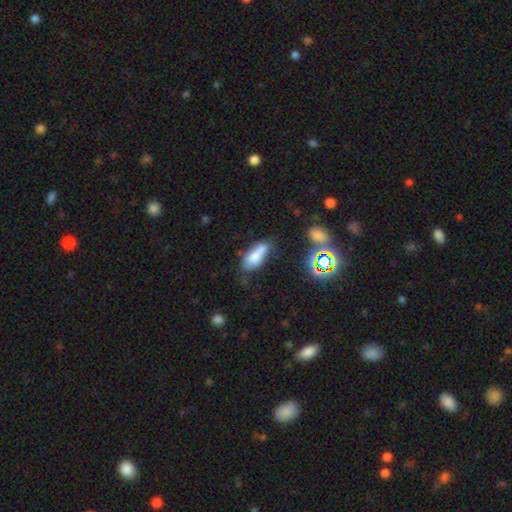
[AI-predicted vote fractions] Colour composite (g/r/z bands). It shows a smooth galaxy with no disk features (69%) that is in between round and cigar-shaped (74%). Merging: none (45%).